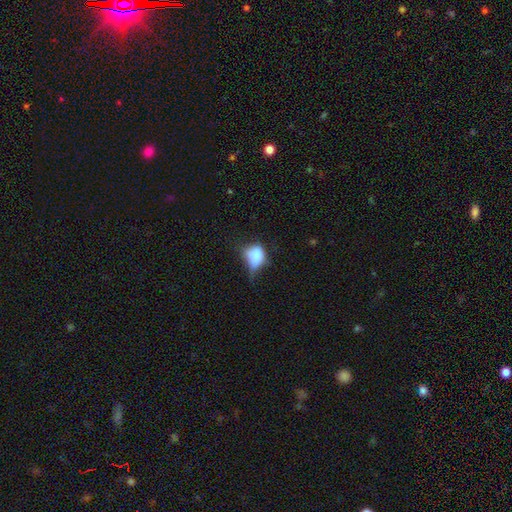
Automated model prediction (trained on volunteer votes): The model was most divided on "merging": minor disturbance: 39%, major disturbance: 28%, none: 27%, merger: 6%. More confident: smooth or featured — smooth (69%); how rounded — in between (64%).